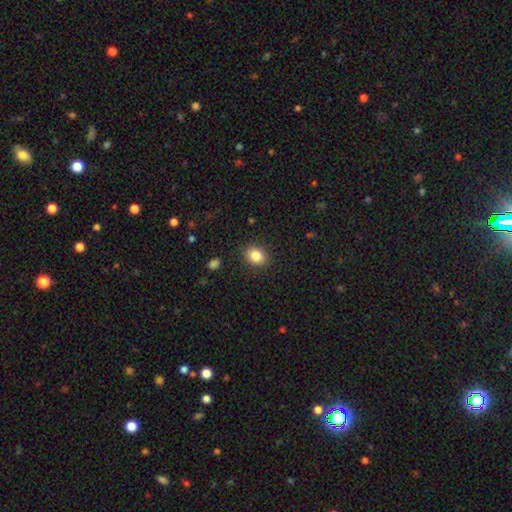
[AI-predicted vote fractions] Smooth or featured? Predicted: smooth (p=0.85). How rounded? Predicted: in between (p=0.50). Merging? Predicted: none (p=0.88).